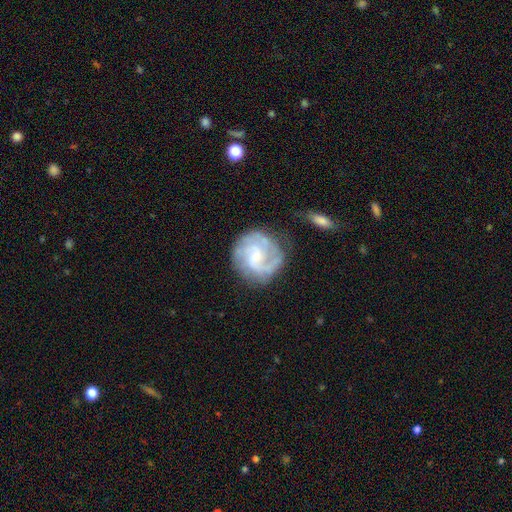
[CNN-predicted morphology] A featured or disk galaxy (82%) with no bar (50%), 2 (49%) tight (44%) spiral arms (95%) and a small central bulge (53%).

Vote fractions:
- Smooth or featured? featured or disk: 82% / smooth: 12% / star or artifact: 6%
- Edge-on disk? no: 98% / yes: 2%
- Bar? no: 50% / weak: 42% / strong: 8%
- Spiral arms? yes: 95% / no: 5%
- Spiral winding? tight: 44% / medium: 42% / loose: 14%
- Spiral arm count? 2: 49% / 3: 21% / can't tell: 18% / 1: 5% / 4: 4% / more than 4: 3%
- Bulge size? small: 53% / moderate: 32% / none: 11% / large: 3% / dominant: 1%
- Merging? none: 70% / minor disturbance: 18% / major disturbance: 9% / merger: 3%